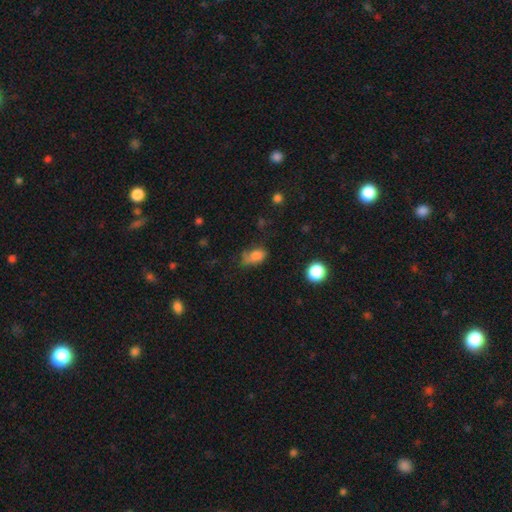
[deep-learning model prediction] smooth-or-featured: smooth: 76% | star or artifact: 12% | featured or disk: 12%
  how-rounded: in between: 79% | round: 18% | cigar-shaped: 3%
  merging: none: 40% | minor disturbance: 34% | major disturbance: 21% | merger: 5%